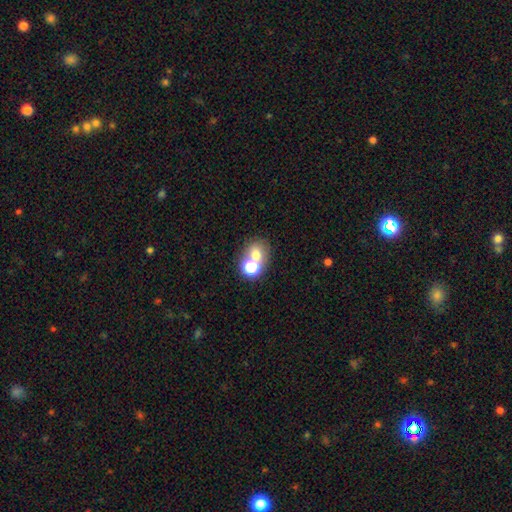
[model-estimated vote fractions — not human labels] smooth-or-featured: smooth: 66% | featured or disk: 17% | star or artifact: 16%
  how-rounded: round: 63% | in between: 36% | cigar-shaped: 1%
  merging: merger: 52% | none: 37% | minor disturbance: 7% | major disturbance: 5%